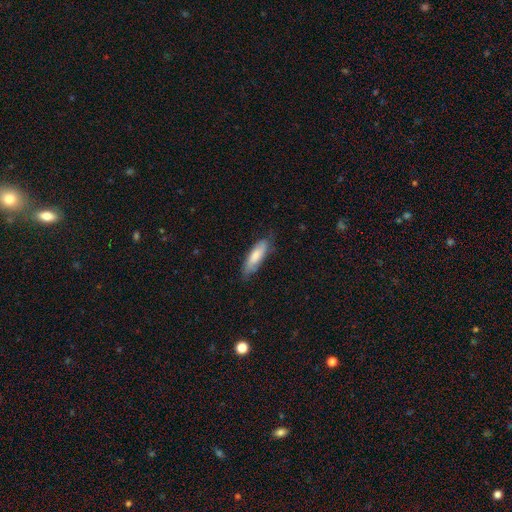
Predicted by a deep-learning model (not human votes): Smooth or featured? smooth (68%)
How rounded? in between (51%)
Merging? none (70%)